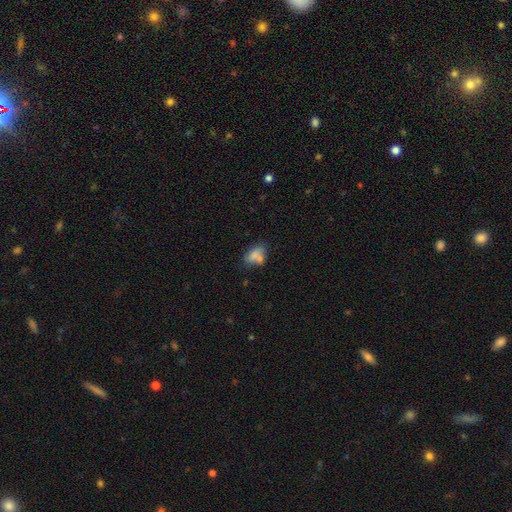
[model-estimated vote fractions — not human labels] A smooth galaxy with no disk features (70%) that is in between round and cigar-shaped (80%). Merging: none (40%).